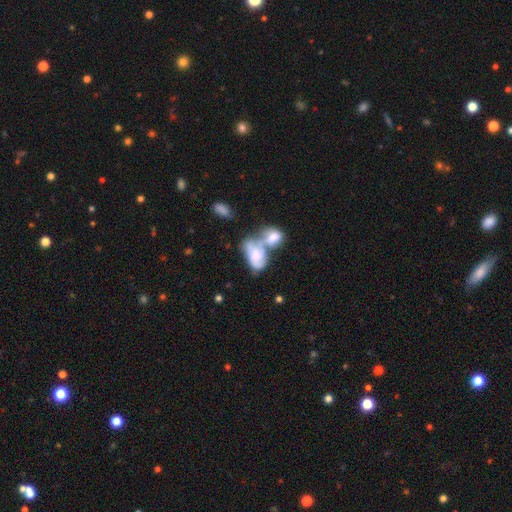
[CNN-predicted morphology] smooth 51%, featured or disk 42%, star or artifact 7%. Down the decision tree: how rounded — in between (87%); merging — merger (71%).